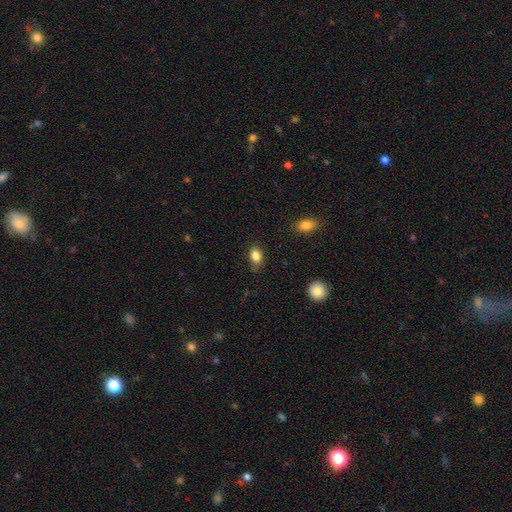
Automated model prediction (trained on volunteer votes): Smooth or featured: smooth — 85% (star or artifact — 9%)
How rounded: in between — 75% (round — 24%)
Merging: none — 75% (minor disturbance — 19%)